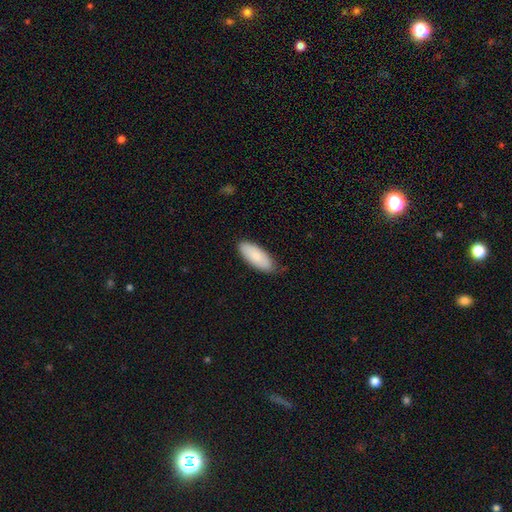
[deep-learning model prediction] smooth 86%, featured or disk 9%, star or artifact 6%. Down the decision tree: how rounded — in between (82%); merging — none (77%).